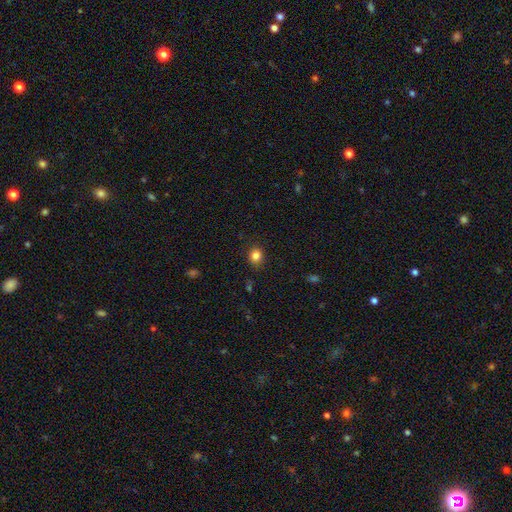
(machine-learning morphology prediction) A smooth galaxy with no disk features (84%) that is round (72%).

Vote fractions:
- Smooth or featured? smooth: 84% / star or artifact: 11% / featured or disk: 5%
- How rounded? round: 72% / in between: 27% / cigar-shaped: 1%
- Merging? none: 87% / minor disturbance: 9% / major disturbance: 2% / merger: 1%